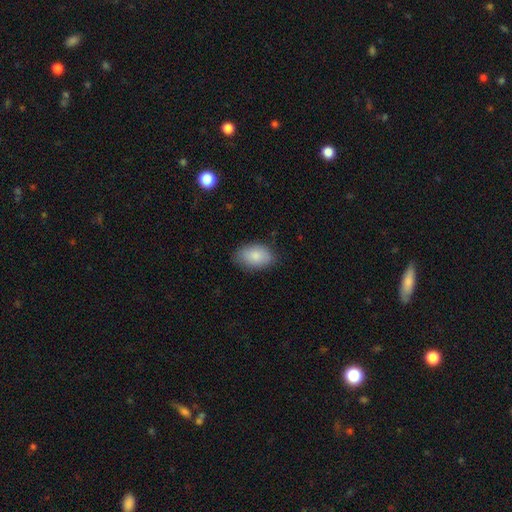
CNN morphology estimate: The model was most divided on "merging": none: 81%, minor disturbance: 15%, major disturbance: 3%, merger: 1%. More confident: how rounded — in between (91%); smooth or featured — smooth (86%).